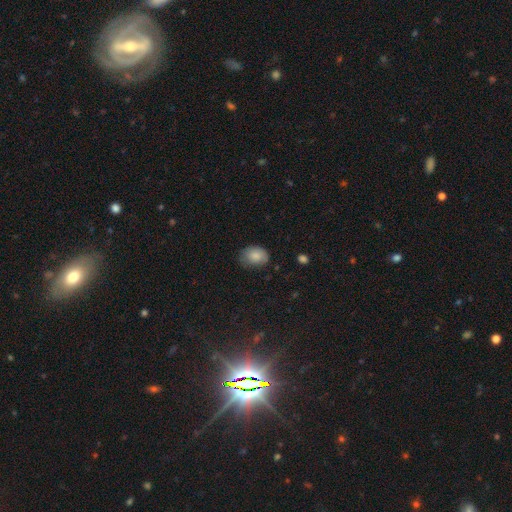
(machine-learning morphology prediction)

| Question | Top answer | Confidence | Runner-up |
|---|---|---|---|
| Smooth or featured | smooth | 83% | featured or disk (10%) |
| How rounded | in between | 72% | round (27%) |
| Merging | none | 62% | minor disturbance (29%) |